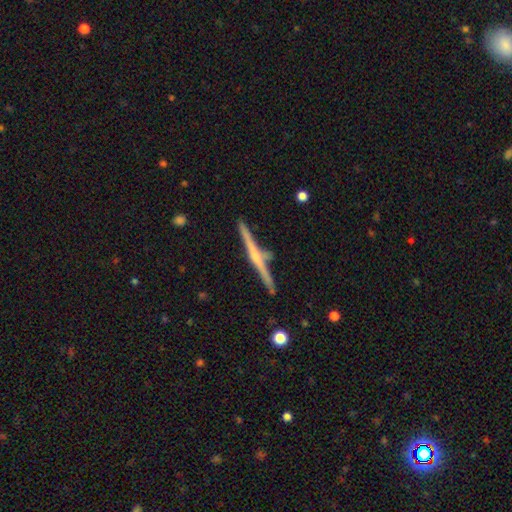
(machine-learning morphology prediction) type=featured or disk (76%); edge-on=yes (98%); edge-on bulge=rounded (68%); merging=none (85%).